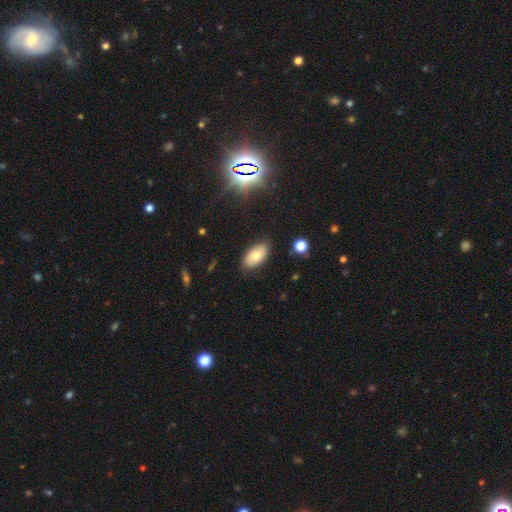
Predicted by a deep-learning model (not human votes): smooth_or_featured: smooth (p=0.75) [alt: featured or disk p=0.16]
how_rounded: in between (p=0.94) [alt: round p=0.04]
merging: none (p=0.82) [alt: minor disturbance p=0.13]